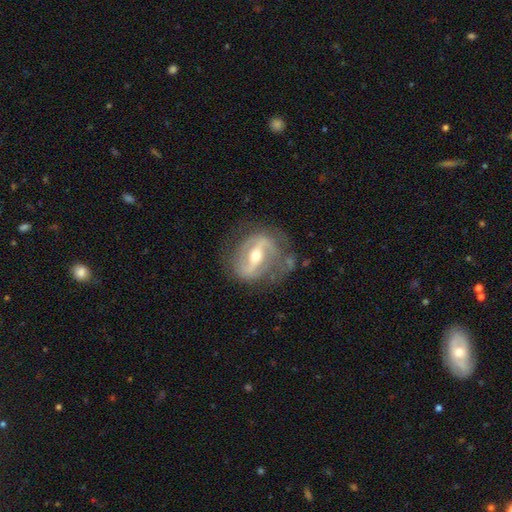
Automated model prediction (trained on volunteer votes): The model was most divided on "spiral winding": medium: 46%, loose: 28%, tight: 26%. More confident: edge-on disk — no (94%); spiral arms — yes (87%); smooth or featured — featured or disk (86%); spiral arm count — 2 (81%); bulge size — moderate (65%); merging — none (64%); bar — strong (60%).